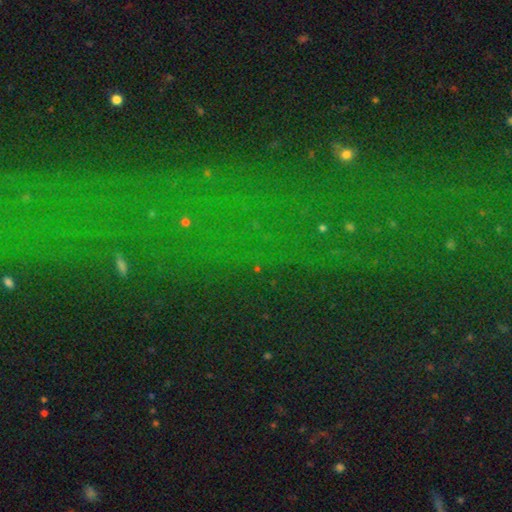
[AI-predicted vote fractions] This appears to be a star or artifact, not a galaxy (76%).